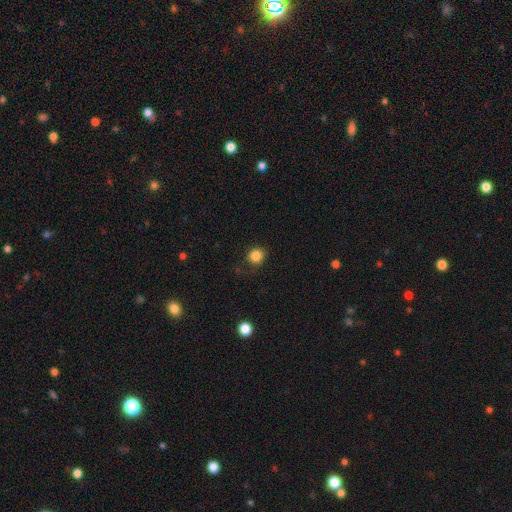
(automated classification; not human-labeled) Smooth or featured?
  - smooth: 85% *
  - star or artifact: 11%
  - featured or disk: 4%
How rounded?
  - round: 88% *
  - in between: 12%
  - cigar-shaped: 1%
Merging?
  - none: 81% *
  - minor disturbance: 14%
  - major disturbance: 4%
  - merger: 1%